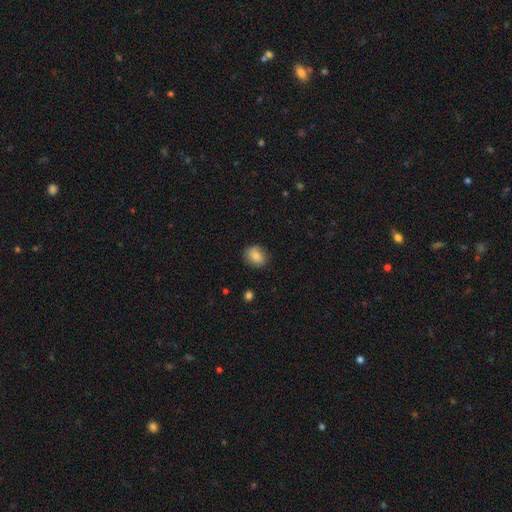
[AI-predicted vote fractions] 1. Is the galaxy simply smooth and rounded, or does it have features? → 82% smooth, 10% featured or disk, 8% star or artifact.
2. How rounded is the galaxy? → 59% round, 40% in between, 1% cigar-shaped.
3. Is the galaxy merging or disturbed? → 82% none, 14% minor disturbance, 3% major disturbance, 1% merger.